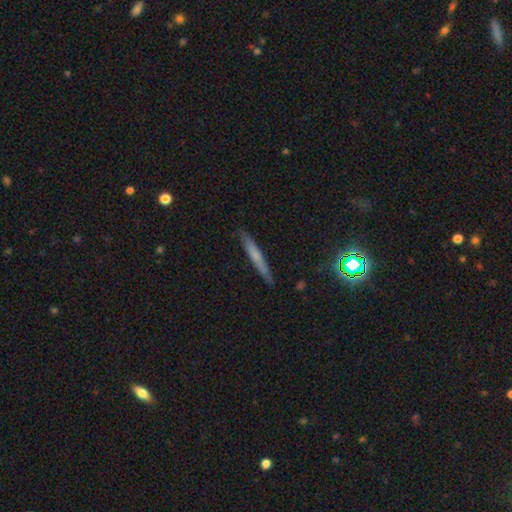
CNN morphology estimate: Smooth or featured: smooth — 49% (featured or disk — 41%)
Merging: none — 87% (minor disturbance — 10%)